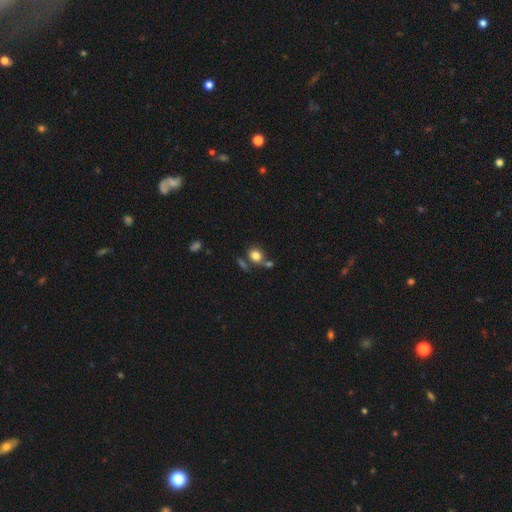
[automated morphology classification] The model was most divided on "how rounded": round: 56%, in between: 43%, cigar-shaped: 2%. More confident: smooth or featured — smooth (80%); merging — none (61%).